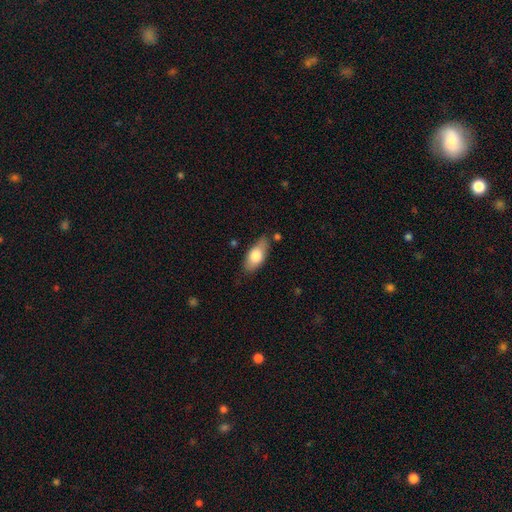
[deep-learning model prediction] The model was most divided on "smooth or featured": smooth: 73%, featured or disk: 20%, star or artifact: 6%. More confident: how rounded — in between (84%); merging — none (77%).